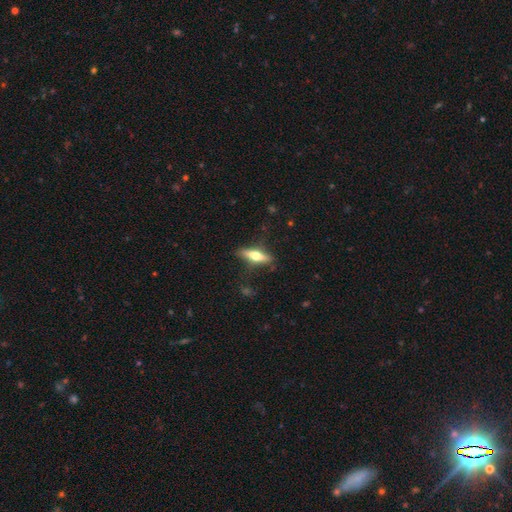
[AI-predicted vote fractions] Smooth or featured? smooth (48%)
Merging? none (79%)